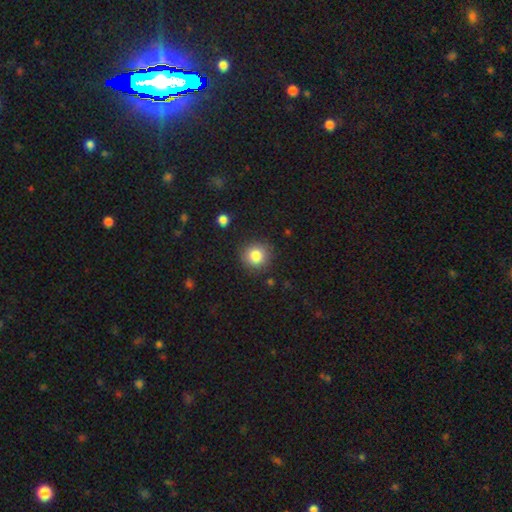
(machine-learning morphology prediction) This is clearly a smooth galaxy (83%). How rounded: clearly round (91%). Merging: clearly none (88%).